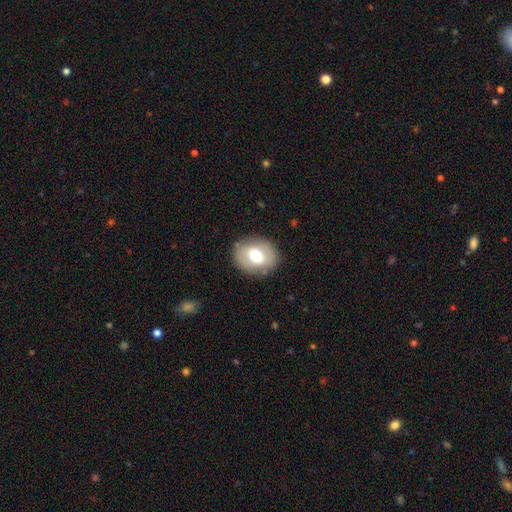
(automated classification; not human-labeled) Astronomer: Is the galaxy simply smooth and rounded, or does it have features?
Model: smooth — 62%.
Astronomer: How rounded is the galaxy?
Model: round — 55% (runner-up: in between, 44%).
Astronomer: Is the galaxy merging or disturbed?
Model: none — 84%.